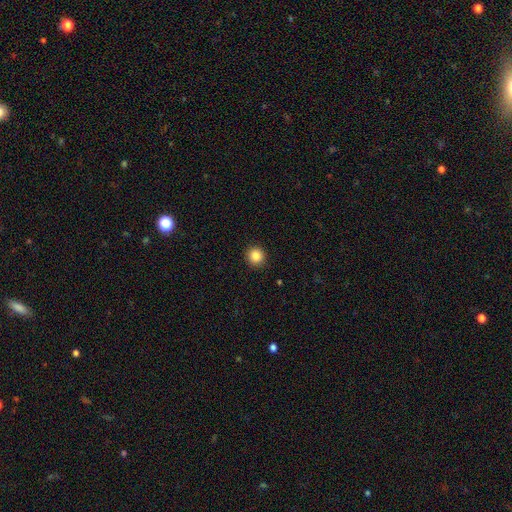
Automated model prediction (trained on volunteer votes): smooth 86%, star or artifact 10%, featured or disk 4%. Down the decision tree: how rounded — round (93%); merging — none (93%).